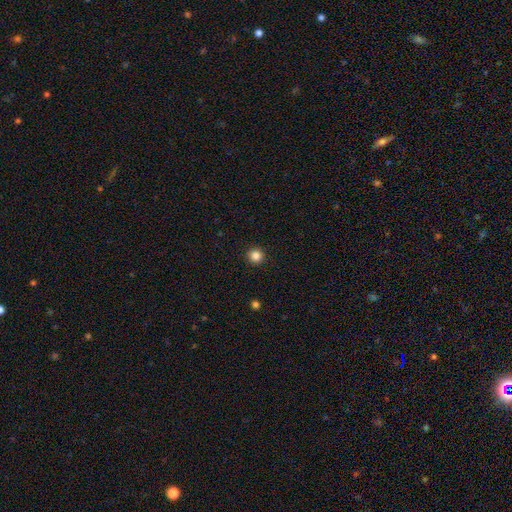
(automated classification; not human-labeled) This is clearly a smooth galaxy (85%). How rounded: clearly round (95%). Merging: clearly none (93%).